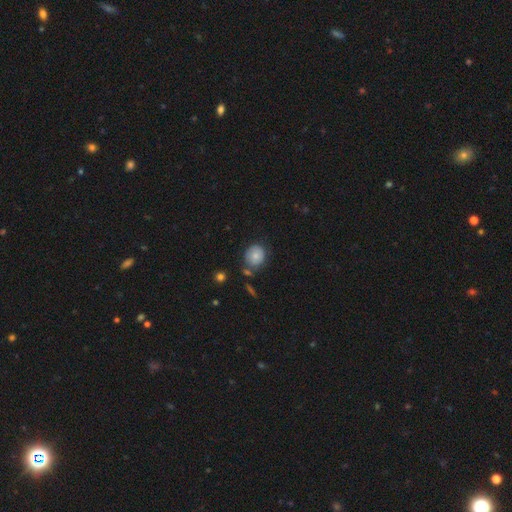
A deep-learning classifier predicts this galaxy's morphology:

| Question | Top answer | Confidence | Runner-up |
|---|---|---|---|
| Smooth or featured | smooth | 76% | featured or disk (15%) |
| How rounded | round | 76% | in between (23%) |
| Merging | none | 68% | minor disturbance (18%) |